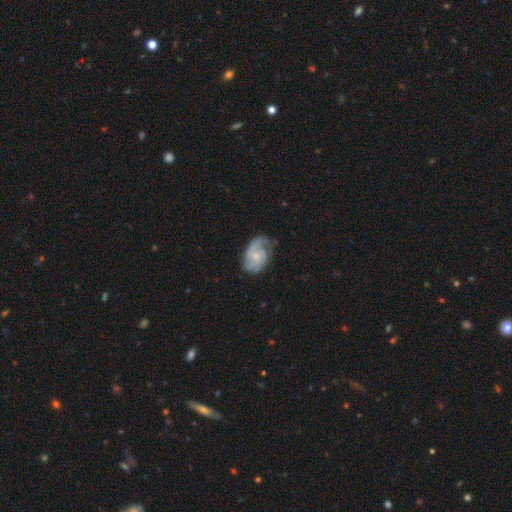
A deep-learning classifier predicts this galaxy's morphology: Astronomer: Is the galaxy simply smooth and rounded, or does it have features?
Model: featured or disk — 70%.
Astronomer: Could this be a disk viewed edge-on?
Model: no — 97%.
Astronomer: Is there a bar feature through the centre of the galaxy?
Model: no — 64%.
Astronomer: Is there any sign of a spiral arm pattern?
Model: yes — 90%.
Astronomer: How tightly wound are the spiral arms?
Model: medium — 41% (runner-up: tight, 38%).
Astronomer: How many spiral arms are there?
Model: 2 — 41% (runner-up: can't tell, 25%).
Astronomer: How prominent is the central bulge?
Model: small — 59%.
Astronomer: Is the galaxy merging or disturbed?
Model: none — 54%.